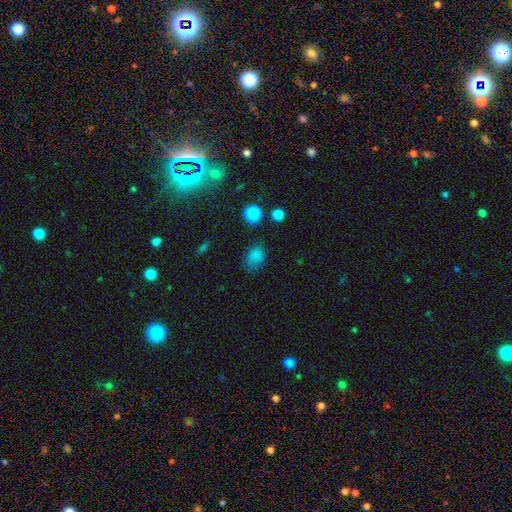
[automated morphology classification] type=smooth (78%); roundness=in between (74%); merging=none (65%).